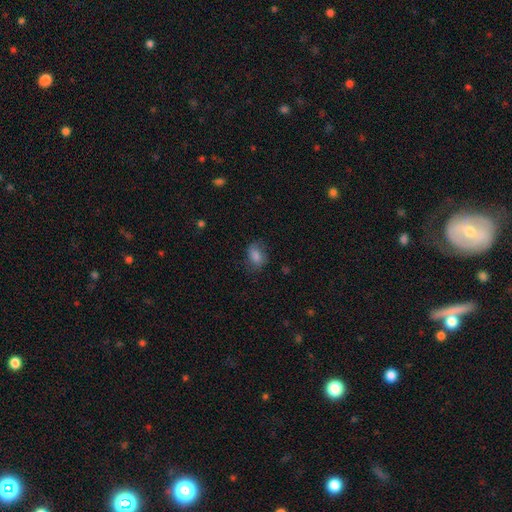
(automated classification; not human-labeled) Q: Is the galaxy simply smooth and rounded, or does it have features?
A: smooth — 78%.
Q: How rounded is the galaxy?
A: in between — 75%.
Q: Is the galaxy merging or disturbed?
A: none — 66%.